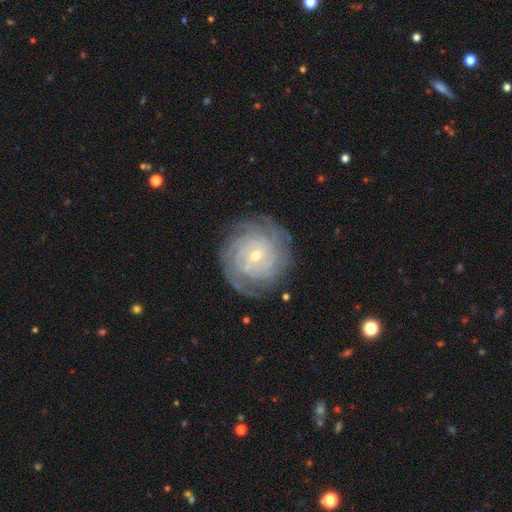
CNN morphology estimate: A featured or disk galaxy (84%) with no bar (59%), tight (83%) spiral arms (97%) and a small central bulge (72%).

Vote fractions:
- Smooth or featured? featured or disk: 84% / smooth: 9% / star or artifact: 7%
- Edge-on disk? no: 97% / yes: 3%
- Bar? no: 59% / weak: 32% / strong: 9%
- Spiral arms? yes: 97% / no: 3%
- Spiral winding? tight: 83% / medium: 14% / loose: 3%
- Spiral arm count? can't tell: 32% / 4: 22% / more than 4: 15% / 3: 13% / 2: 10% / 1: 7%
- Bulge size? small: 72% / moderate: 25% / large: 1% / none: 1% / dominant: 1%
- Merging? none: 82% / minor disturbance: 12% / major disturbance: 4% / merger: 1%